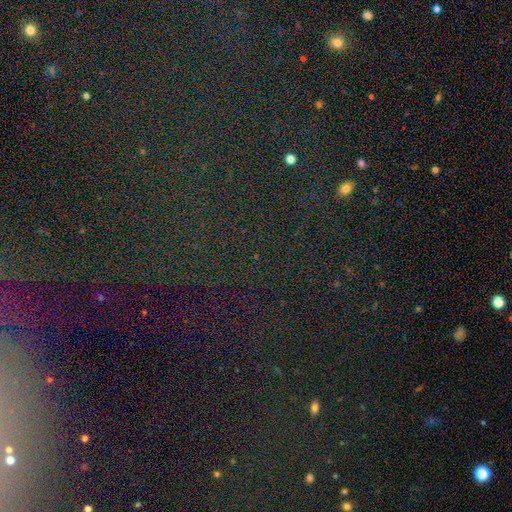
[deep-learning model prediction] smooth-or-featured: star or artifact: 81% | smooth: 11% | featured or disk: 8%